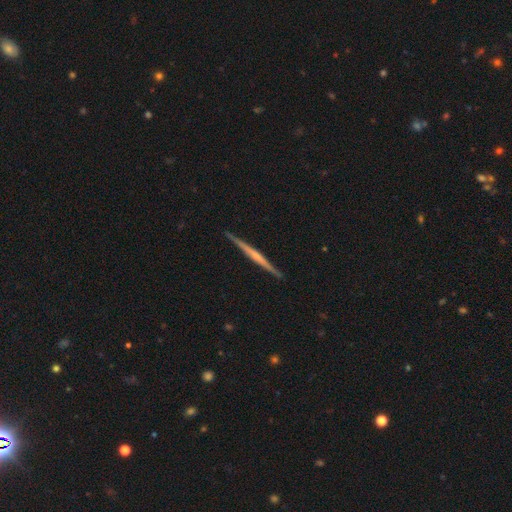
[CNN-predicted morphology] Q: Smooth or featured?
A: featured or disk (70%); runner-up: smooth (25%)
Q: Edge-on disk?
A: yes (98%); runner-up: no (2%)
Q: Edge-on bulge?
A: none (58%); runner-up: rounded (28%)
Q: Merging?
A: none (91%); runner-up: minor disturbance (6%)